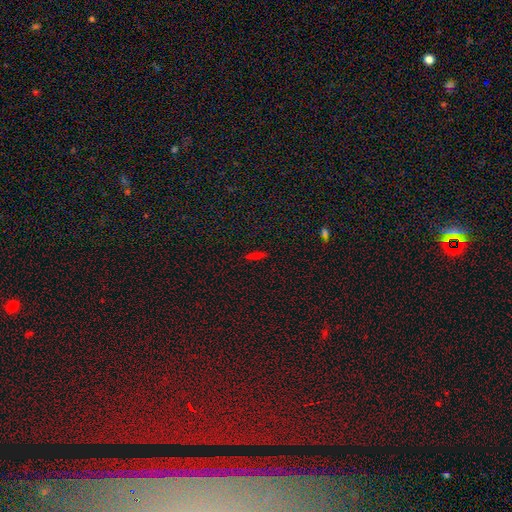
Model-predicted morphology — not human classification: The model was most divided on "smooth or featured": smooth: 64%, star or artifact: 20%, featured or disk: 16%. More confident: merging — none (89%); how rounded — cigar-shaped (76%).